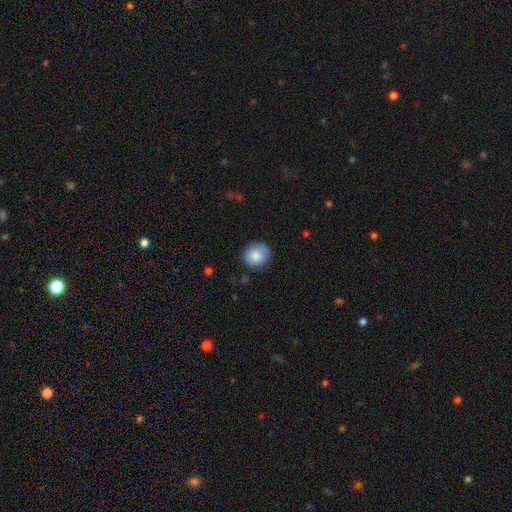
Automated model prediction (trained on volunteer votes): smooth_or_featured: smooth (p=0.82) [alt: featured or disk p=0.10]
how_rounded: round (p=0.80) [alt: in between p=0.19]
merging: none (p=0.77) [alt: minor disturbance p=0.17]